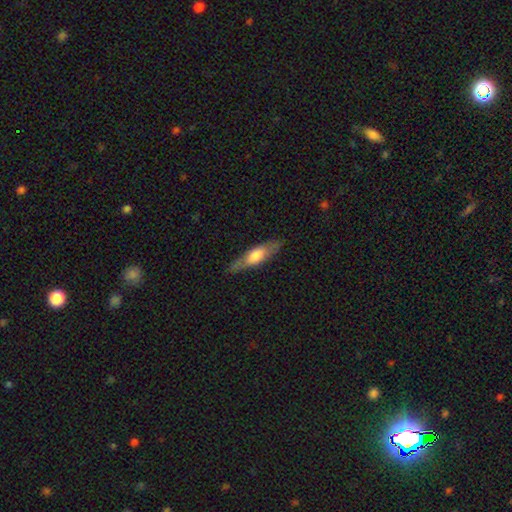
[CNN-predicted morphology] A smooth galaxy with no disk features (56%) that is cigar-shaped (61%). Merging: none (81%).